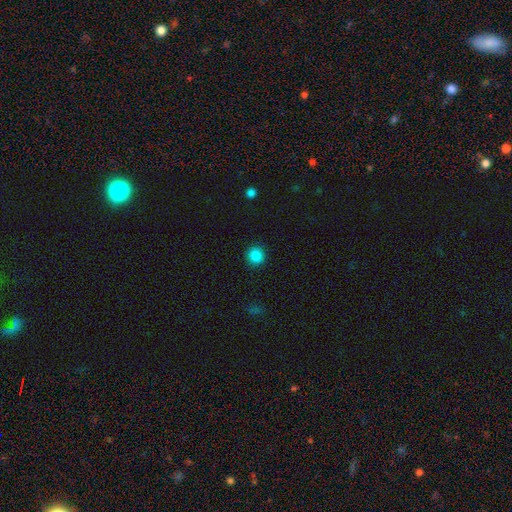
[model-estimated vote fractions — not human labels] Q: Smooth or featured?
A: smooth (86%); runner-up: star or artifact (11%)
Q: How rounded?
A: round (92%); runner-up: in between (7%)
Q: Merging?
A: none (91%); runner-up: minor disturbance (6%)